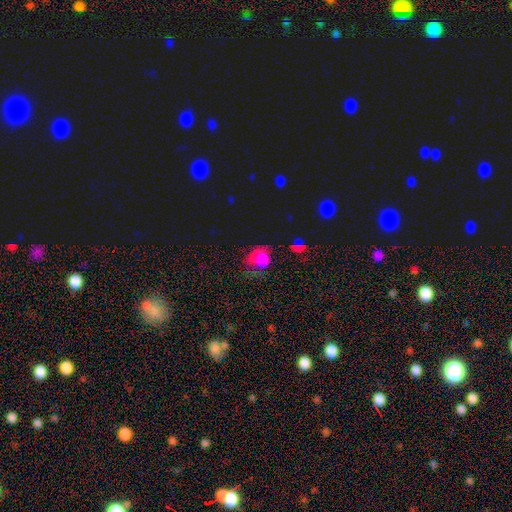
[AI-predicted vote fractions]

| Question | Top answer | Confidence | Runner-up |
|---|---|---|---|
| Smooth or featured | smooth | 62% | featured or disk (22%) |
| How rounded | round | 53% | in between (46%) |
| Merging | major disturbance | 44% | none (28%) |